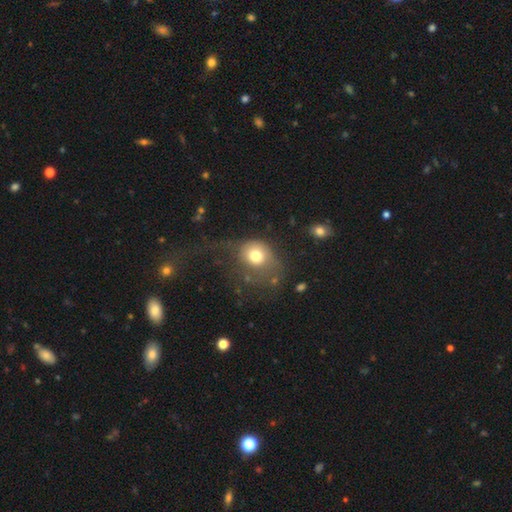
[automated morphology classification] A smooth galaxy with no disk features (73%) that is round (67%). Merging: major disturbance (40%).